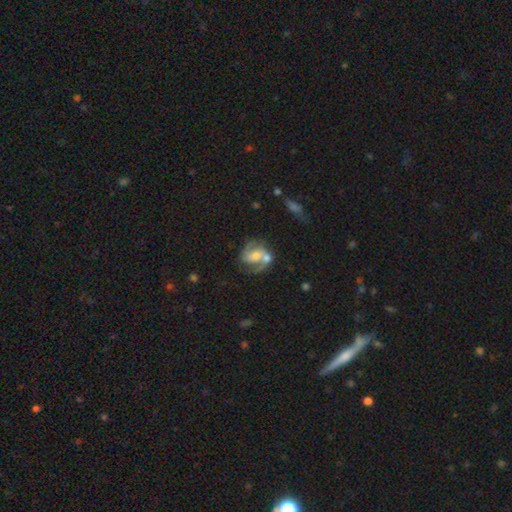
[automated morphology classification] smooth_or_featured: featured or disk (p=0.77) [alt: smooth p=0.16]
disk_edge_on: no (p=0.97) [alt: yes p=0.03]
bar: no (p=0.47) [alt: weak p=0.39]
has_spiral_arms: yes (p=0.92) [alt: no p=0.08]
spiral_winding: medium (p=0.53) [alt: loose p=0.24]
spiral_arm_count: 2 (p=0.79) [alt: 1 p=0.09]
bulge_size: moderate (p=0.45) [alt: small p=0.31]
merging: none (p=0.44) [alt: merger p=0.26]